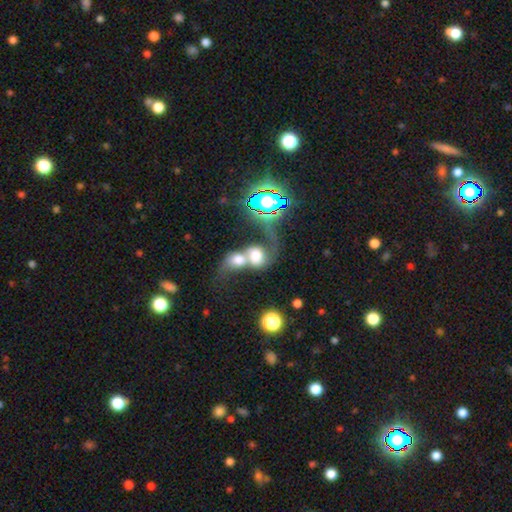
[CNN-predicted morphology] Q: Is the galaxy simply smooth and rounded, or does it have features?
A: smooth — 50%.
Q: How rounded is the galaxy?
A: round — 56%.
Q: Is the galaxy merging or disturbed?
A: merger — 82%.